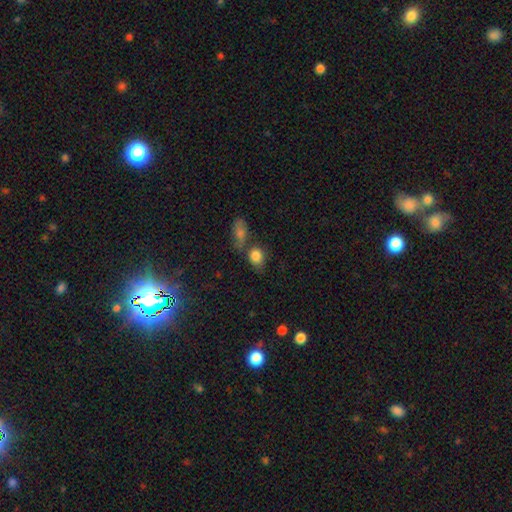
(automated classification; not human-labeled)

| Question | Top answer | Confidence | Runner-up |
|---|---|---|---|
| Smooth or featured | smooth | 83% | star or artifact (10%) |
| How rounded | in between | 52% | round (46%) |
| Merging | none | 55% | merger (23%) |